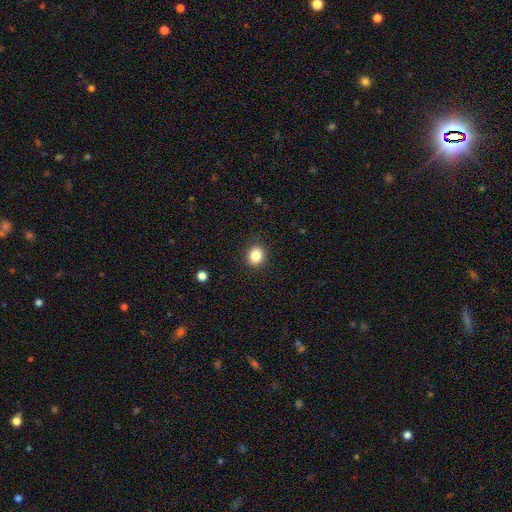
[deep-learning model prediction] Smooth or featured: smooth — 85% (star or artifact — 11%)
How rounded: round — 75% (in between — 24%)
Merging: none — 90% (minor disturbance — 7%)